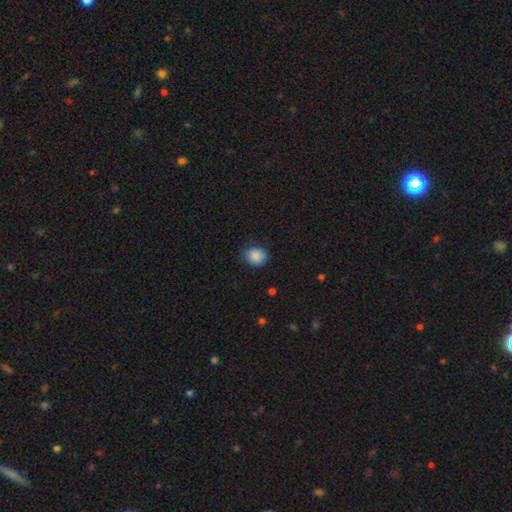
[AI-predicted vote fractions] Morphology: type=smooth (88%); roundness=round (72%); merging=none (81%).